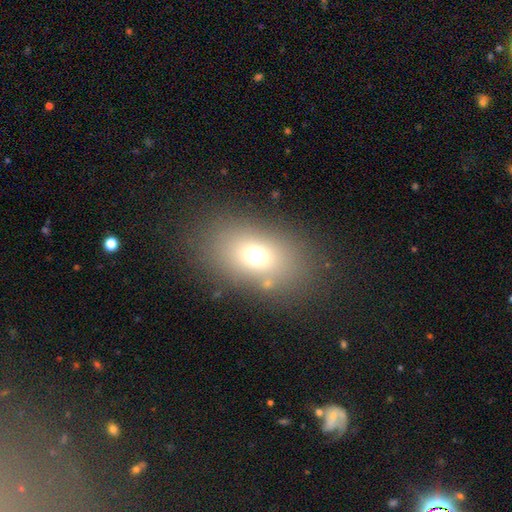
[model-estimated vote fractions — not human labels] Smooth or featured? smooth (68%)
How rounded? in between (75%)
Merging? none (80%)